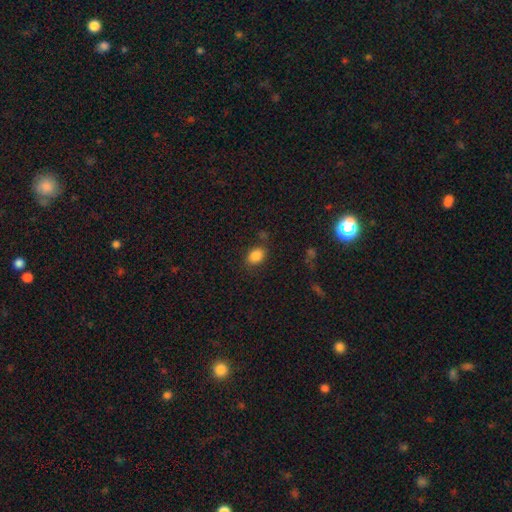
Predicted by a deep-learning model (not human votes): Smooth or featured: smooth — 86% (star or artifact — 10%)
How rounded: in between — 68% (round — 31%)
Merging: none — 78% (minor disturbance — 13%)